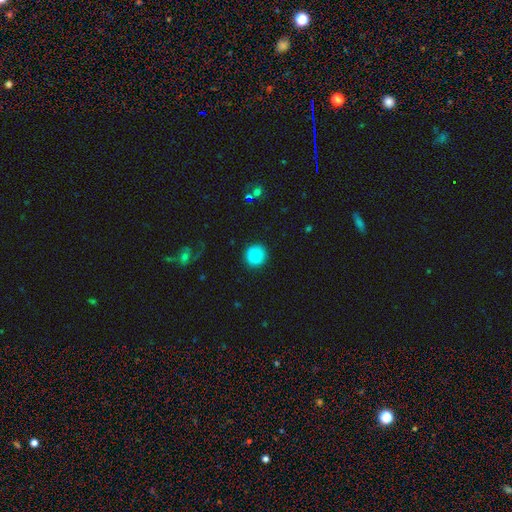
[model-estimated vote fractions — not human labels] Smooth or featured: smooth — 75% (featured or disk — 17%)
How rounded: round — 94% (in between — 5%)
Merging: none — 89% (minor disturbance — 8%)